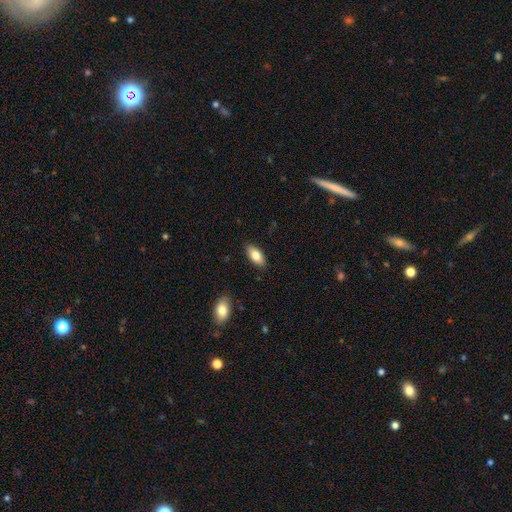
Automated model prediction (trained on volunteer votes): Smooth or featured? smooth (81%)
How rounded? in between (90%)
Merging? none (88%)